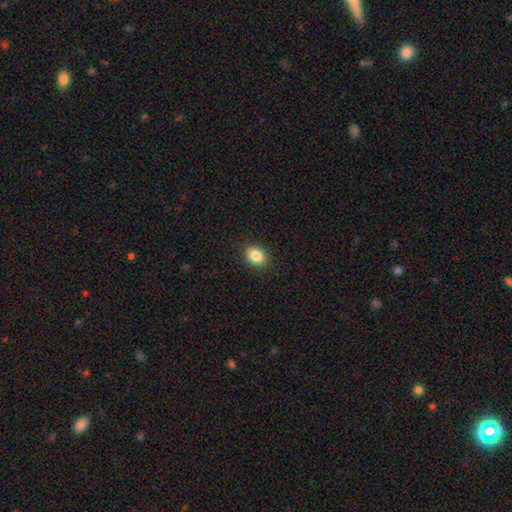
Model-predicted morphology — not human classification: A smooth galaxy with no disk features (86%) that is in between round and cigar-shaped (62%).

Vote fractions:
- Smooth or featured? smooth: 86% / star or artifact: 9% / featured or disk: 5%
- How rounded? in between: 62% / round: 37% / cigar-shaped: 1%
- Merging? none: 90% / minor disturbance: 7% / major disturbance: 2% / merger: 1%